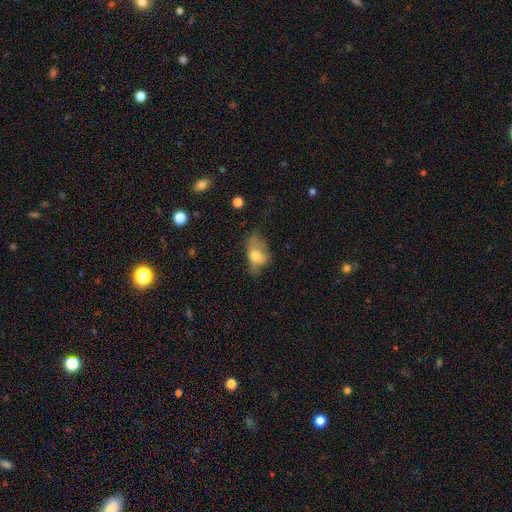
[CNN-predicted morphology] This appears to be a smooth galaxy with no disk features (68%) that is in between round and cigar-shaped (84%). Merging: minor disturbance (35%).